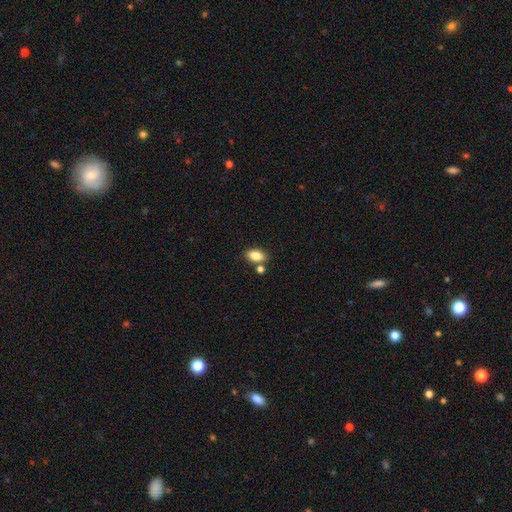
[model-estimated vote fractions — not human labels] Smooth or featured? smooth (84%)
How rounded? in between (86%)
Merging? none (71%)